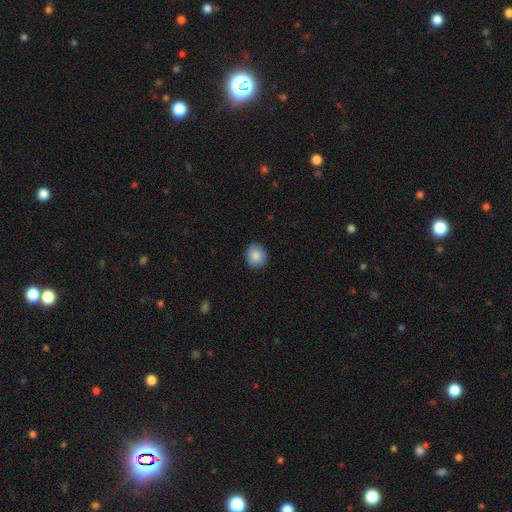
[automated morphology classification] The model was most divided on "how rounded": round: 75%, in between: 24%, cigar-shaped: 1%. More confident: smooth or featured — smooth (88%); merging — none (86%).